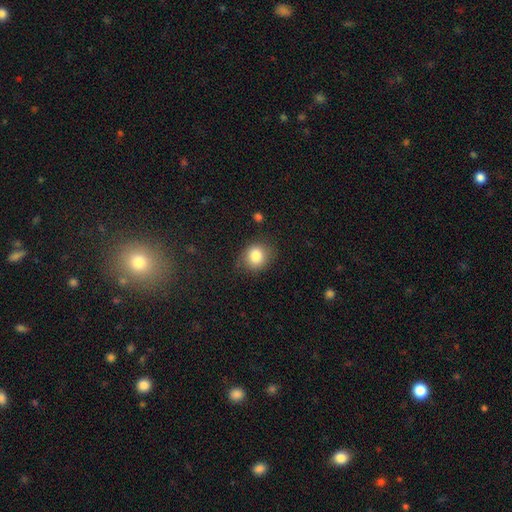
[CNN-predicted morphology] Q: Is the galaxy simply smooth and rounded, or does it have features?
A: smooth — 82%.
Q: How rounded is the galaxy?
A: round — 73%.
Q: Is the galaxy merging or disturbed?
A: none — 76%.